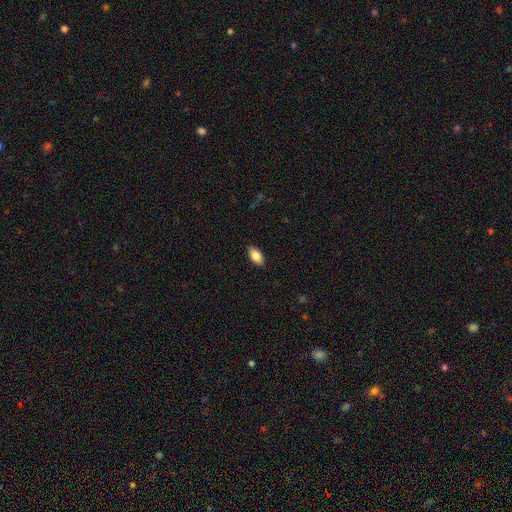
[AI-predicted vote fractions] smooth 85%, featured or disk 9%, star or artifact 7%. Down the decision tree: how rounded — in between (93%); merging — none (89%).